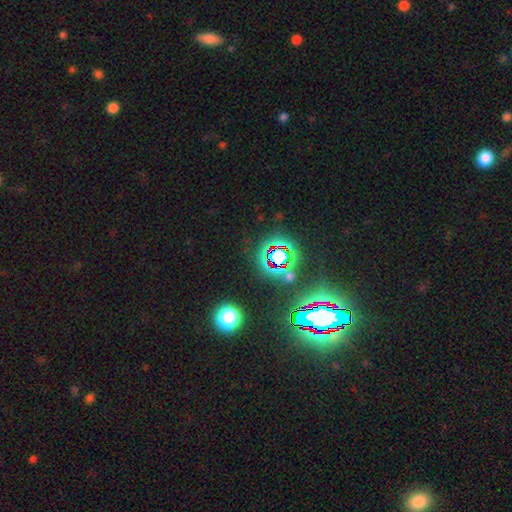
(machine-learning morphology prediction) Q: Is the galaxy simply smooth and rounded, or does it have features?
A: star or artifact — 80%.